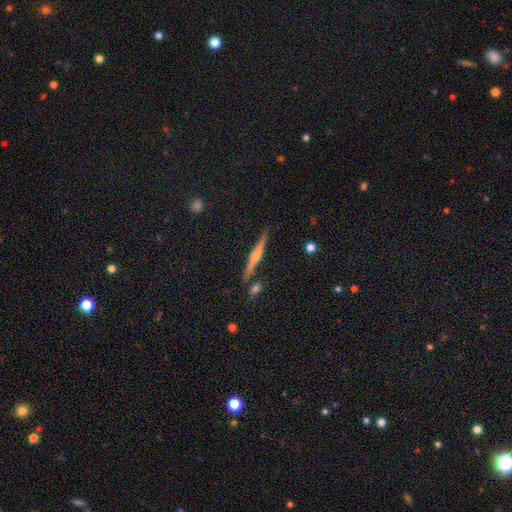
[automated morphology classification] A featured or disk galaxy (59%) viewed edge-on (97%) with a rounded central bulge (66%). Merging: none (83%).